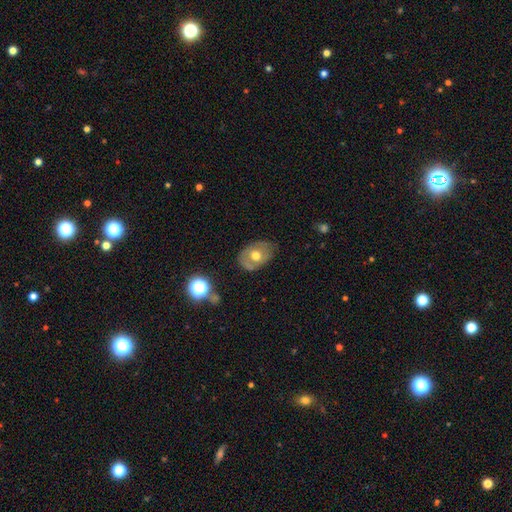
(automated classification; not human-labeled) smooth-or-featured: smooth: 51% | featured or disk: 40% | star or artifact: 9%
  how-rounded: in between: 68% | round: 31% | cigar-shaped: 1%
  merging: none: 65% | minor disturbance: 25% | major disturbance: 8% | merger: 2%